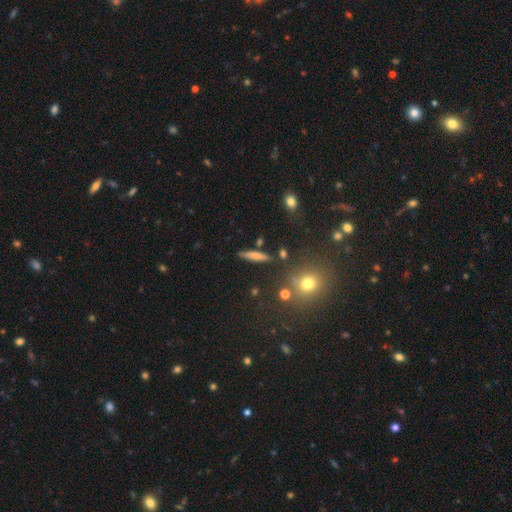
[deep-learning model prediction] smooth-or-featured: smooth: 66% | featured or disk: 24% | star or artifact: 9%
  how-rounded: cigar-shaped: 85% | in between: 11% | round: 4%
  merging: none: 84% | minor disturbance: 9% | merger: 4% | major disturbance: 3%